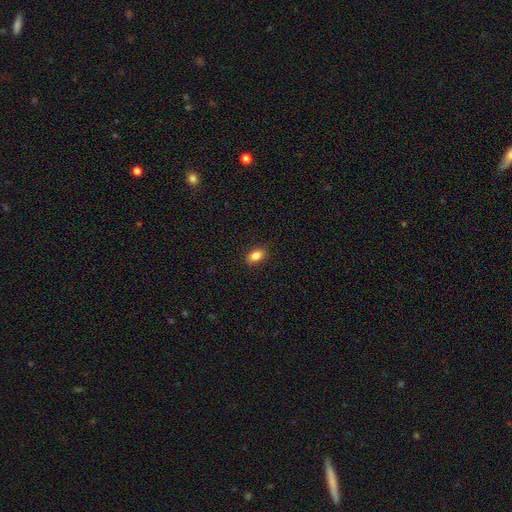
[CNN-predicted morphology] type=smooth (85%); roundness=in between (86%); merging=none (88%).